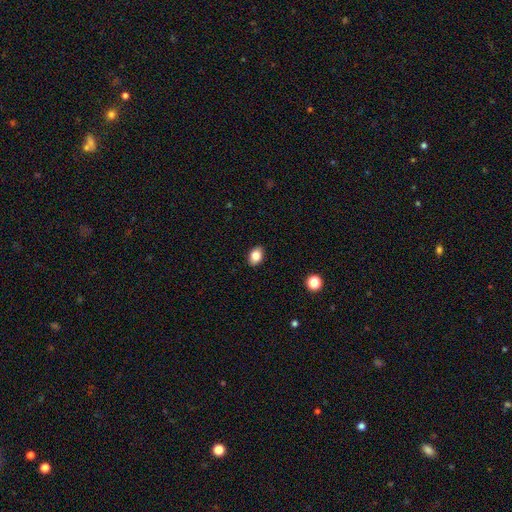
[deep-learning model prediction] The model was most divided on "how rounded": in between: 78%, round: 21%, cigar-shaped: 1%. More confident: merging — none (89%); smooth or featured — smooth (84%).